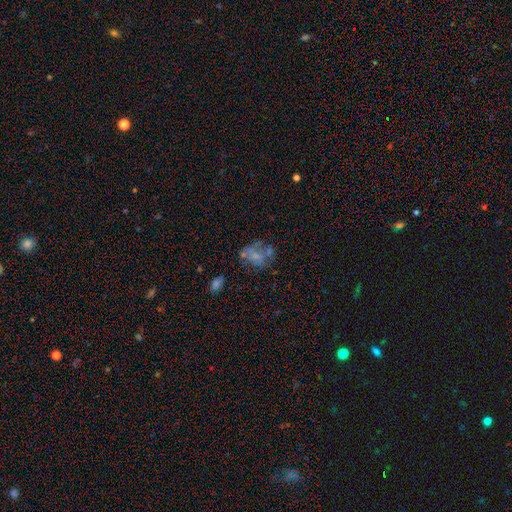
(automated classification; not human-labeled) Q: Smooth or featured?
A: smooth (46%); runner-up: featured or disk (39%)
Q: Merging?
A: none (38%); runner-up: major disturbance (23%)